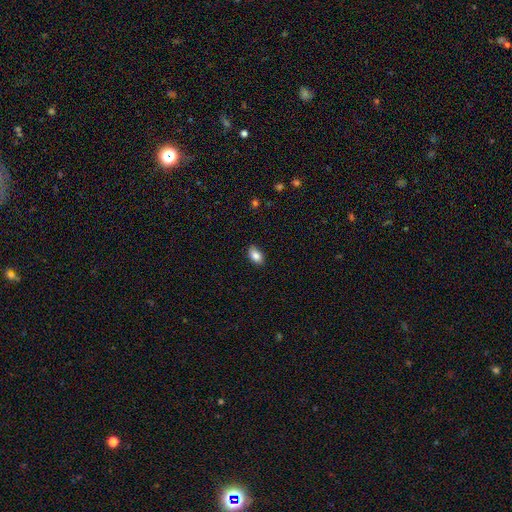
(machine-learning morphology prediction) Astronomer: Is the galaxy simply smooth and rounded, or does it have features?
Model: smooth — 84%.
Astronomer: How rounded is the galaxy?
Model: in between — 89%.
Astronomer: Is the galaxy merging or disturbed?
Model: none — 86%.